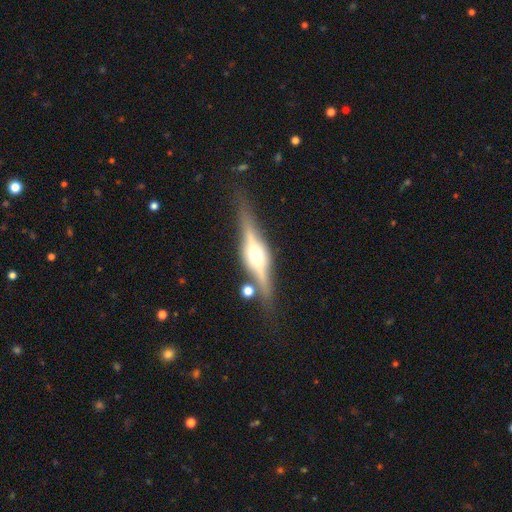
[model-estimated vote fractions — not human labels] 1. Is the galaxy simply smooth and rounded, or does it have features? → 81% featured or disk, 13% smooth, 6% star or artifact.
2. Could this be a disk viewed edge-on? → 97% yes, 3% no.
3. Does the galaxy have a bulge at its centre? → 90% rounded, 8% boxy, 2% none.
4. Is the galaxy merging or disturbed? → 82% none, 11% minor disturbance, 4% merger, 3% major disturbance.